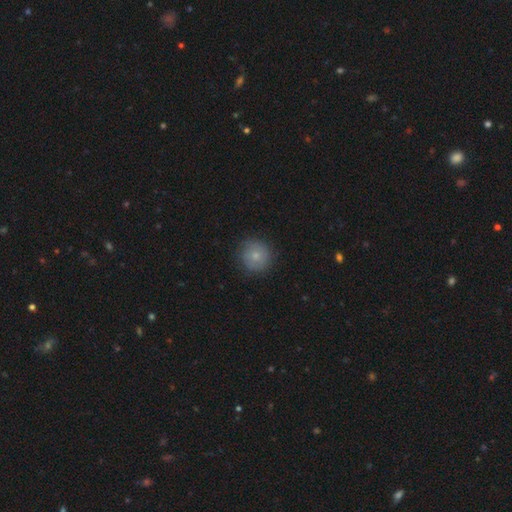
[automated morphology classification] Q: Smooth or featured?
A: smooth (77%); runner-up: featured or disk (15%)
Q: How rounded?
A: round (93%); runner-up: in between (6%)
Q: Merging?
A: none (85%); runner-up: minor disturbance (11%)